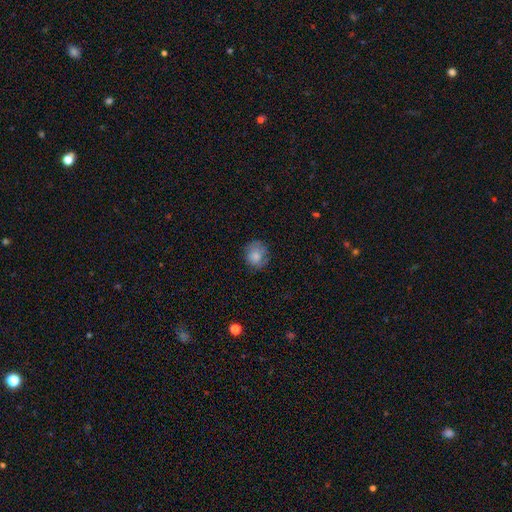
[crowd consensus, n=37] Morphology: type=smooth (84%); roundness=round (84%); merging=none (63%).